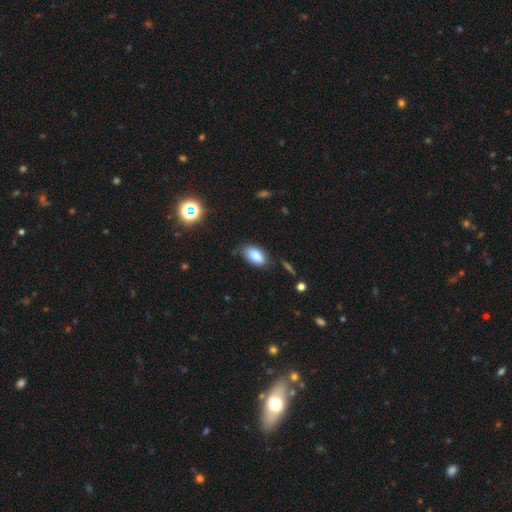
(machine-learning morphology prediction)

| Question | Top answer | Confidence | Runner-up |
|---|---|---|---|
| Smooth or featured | smooth | 84% | star or artifact (9%) |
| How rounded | in between | 92% | round (5%) |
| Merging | none | 75% | minor disturbance (19%) |